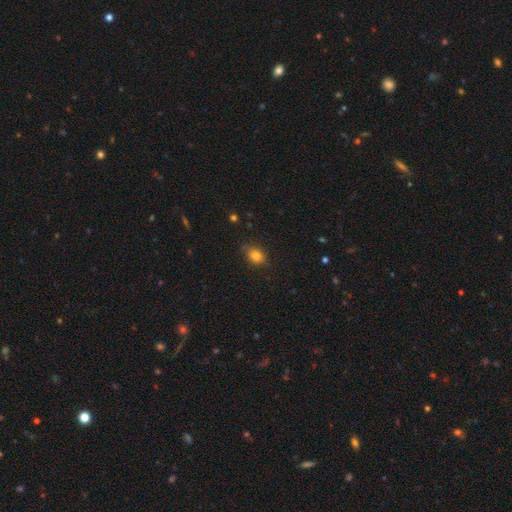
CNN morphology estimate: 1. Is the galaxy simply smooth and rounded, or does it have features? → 84% smooth, 11% star or artifact, 6% featured or disk.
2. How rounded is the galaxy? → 54% in between, 45% round, 1% cigar-shaped.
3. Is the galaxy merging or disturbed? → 75% none, 19% minor disturbance, 4% major disturbance, 1% merger.